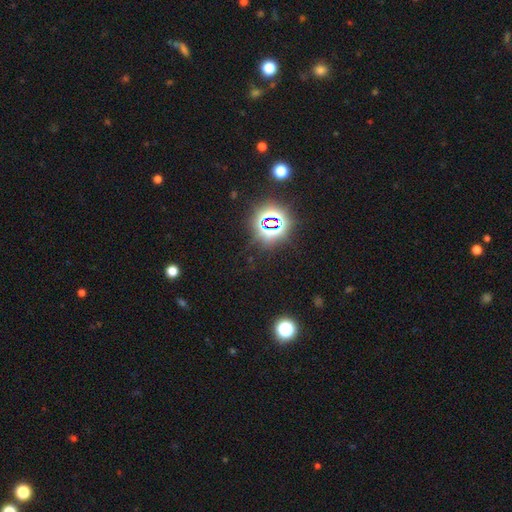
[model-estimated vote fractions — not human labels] Overall: star or artifact (82%).